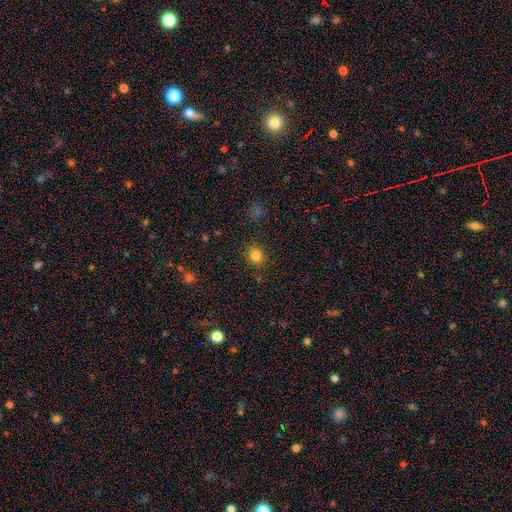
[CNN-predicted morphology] smooth-or-featured: smooth: 83% | star or artifact: 13% | featured or disk: 5%
  how-rounded: round: 77% | in between: 22% | cigar-shaped: 1%
  merging: none: 86% | minor disturbance: 9% | major disturbance: 3% | merger: 2%